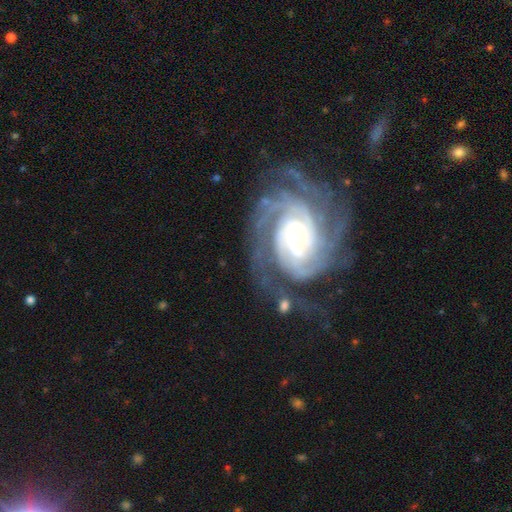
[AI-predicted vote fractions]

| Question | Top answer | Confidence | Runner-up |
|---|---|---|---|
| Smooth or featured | featured or disk | 89% | star or artifact (7%) |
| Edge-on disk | no | 98% | yes (2%) |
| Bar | no | 60% | weak (27%) |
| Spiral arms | yes | 98% | no (2%) |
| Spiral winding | tight | 71% | medium (25%) |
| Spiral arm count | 3 | 26% | 2 (25%) |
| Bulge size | moderate | 38% | small (35%) |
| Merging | none | 73% | minor disturbance (16%) |